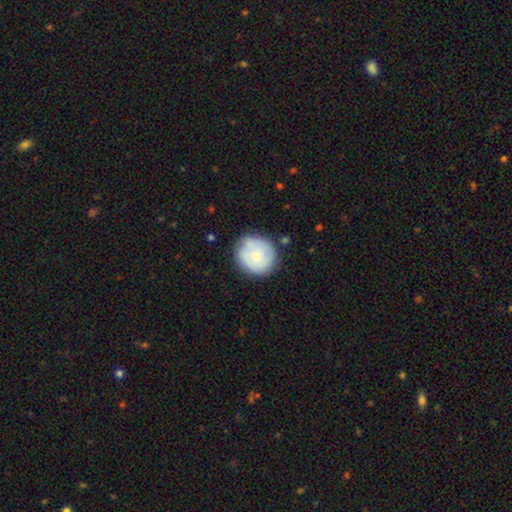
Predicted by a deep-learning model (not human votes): Smooth or featured: smooth — 58% (featured or disk — 35%)
How rounded: round — 88% (in between — 11%)
Merging: none — 73% (minor disturbance — 19%)